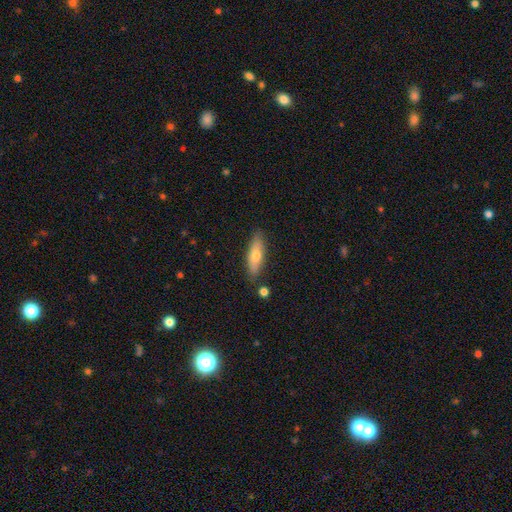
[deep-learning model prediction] The model was most divided on "how rounded": cigar-shaped: 54%, in between: 44%, round: 2%. More confident: merging — none (83%); smooth or featured — smooth (64%).